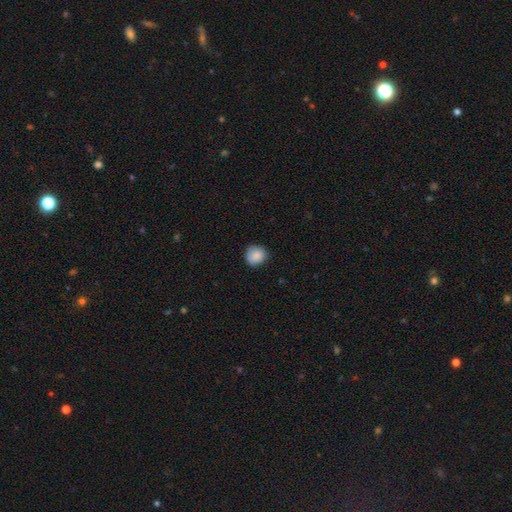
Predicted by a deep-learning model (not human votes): smooth 88%, star or artifact 8%, featured or disk 5%. Down the decision tree: how rounded — round (86%); merging — none (80%).